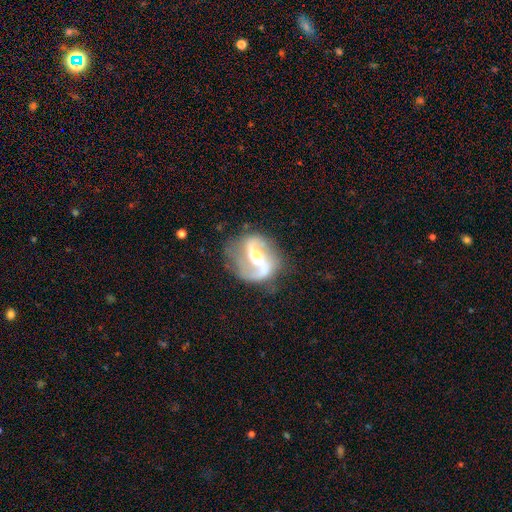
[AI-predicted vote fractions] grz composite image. It shows a featured or disk galaxy (88%) with a strong bar (41%), 2 (90%) loose (47%) spiral arms (95%) and a moderate central bulge (65%). Merging: none (69%).